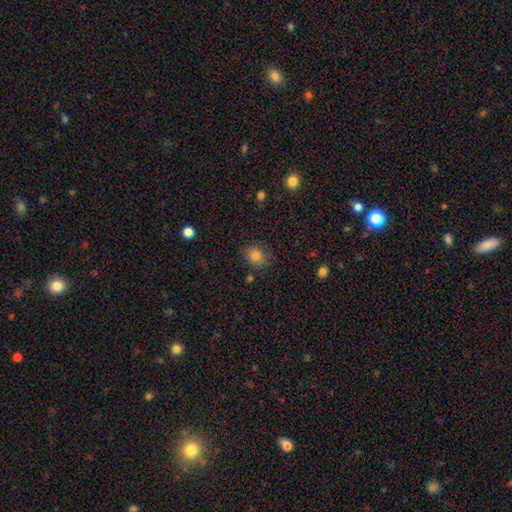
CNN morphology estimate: Overall: smooth (81%). How rounded: round (57%; in between 43%). Merging: none (81%).